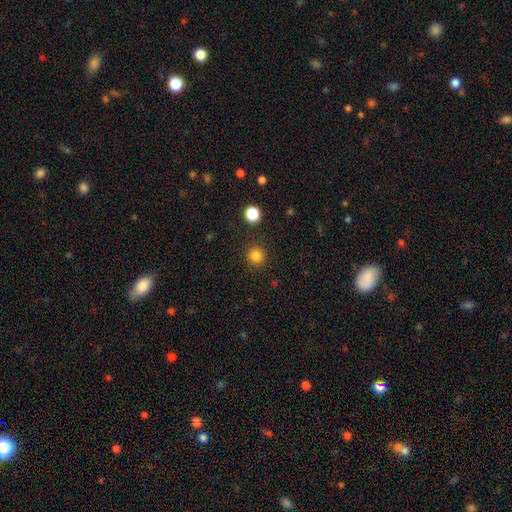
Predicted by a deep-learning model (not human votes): This appears to be a smooth galaxy with no disk features (83%) that is round (91%). Merging: none (89%).